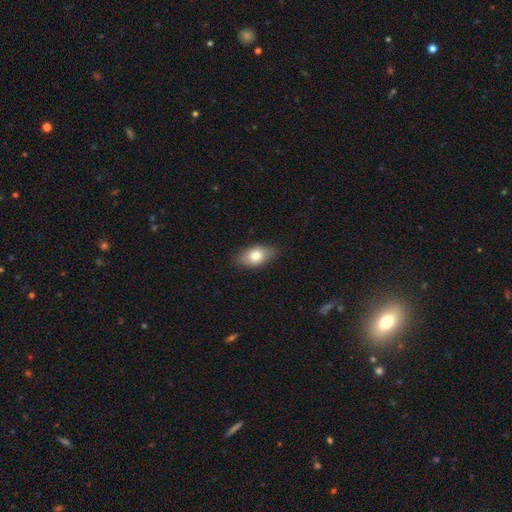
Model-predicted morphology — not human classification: Smooth or featured? smooth (79%)
How rounded? in between (90%)
Merging? none (85%)